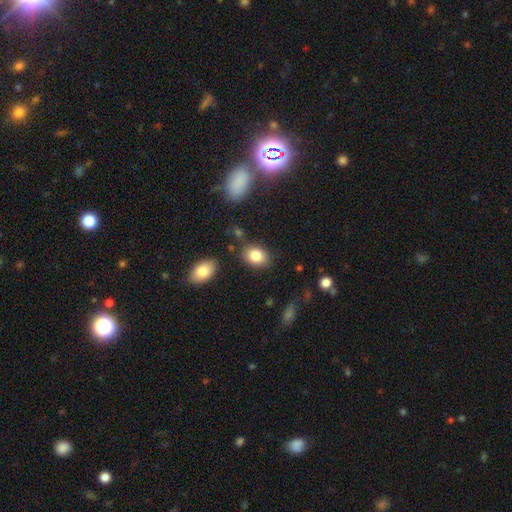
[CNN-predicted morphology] This is clearly a smooth galaxy (84%). How rounded: likely in between (74%). Merging: clearly none (80%).